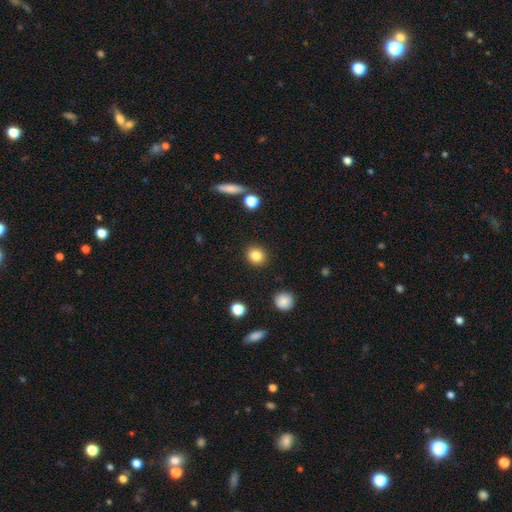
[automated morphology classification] smooth_or_featured: smooth (p=0.84) [alt: star or artifact p=0.10]
how_rounded: round (p=0.82) [alt: in between p=0.17]
merging: none (p=0.90) [alt: minor disturbance p=0.06]